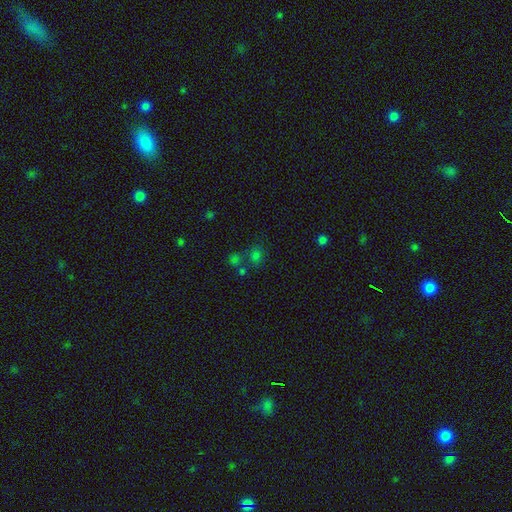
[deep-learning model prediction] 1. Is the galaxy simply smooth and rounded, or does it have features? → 61% smooth, 29% star or artifact, 10% featured or disk.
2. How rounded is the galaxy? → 73% round, 26% in between, 1% cigar-shaped.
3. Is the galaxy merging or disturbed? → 53% none, 30% merger, 11% minor disturbance, 6% major disturbance.